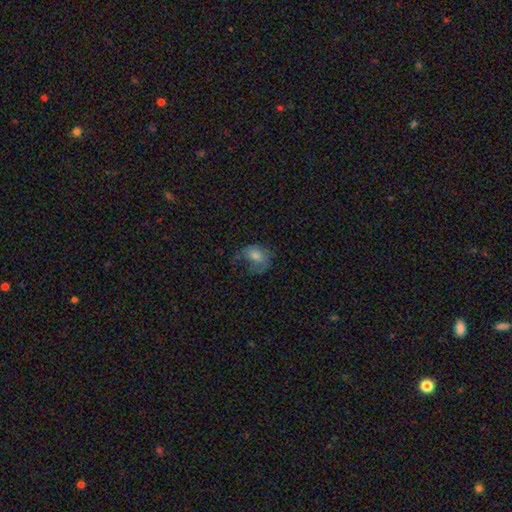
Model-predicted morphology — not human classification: Smooth or featured: smooth — 63% (featured or disk — 26%)
How rounded: in between — 60% (round — 39%)
Merging: none — 42% (major disturbance — 28%)